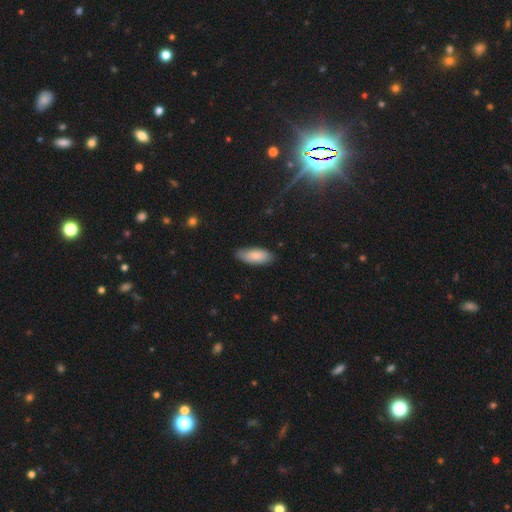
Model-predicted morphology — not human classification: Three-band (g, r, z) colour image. It shows a smooth galaxy with no disk features (82%) that is in between round and cigar-shaped (82%). Merging: none (80%).